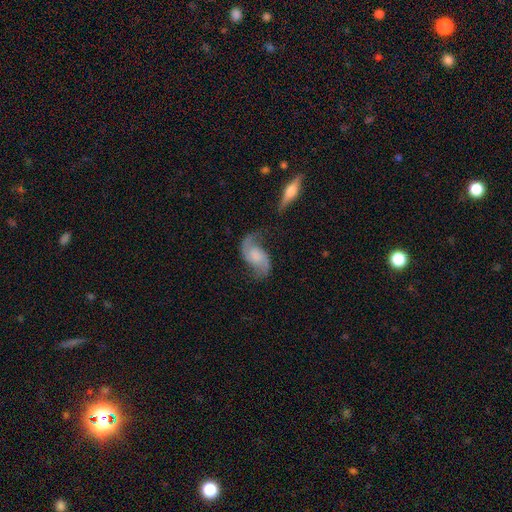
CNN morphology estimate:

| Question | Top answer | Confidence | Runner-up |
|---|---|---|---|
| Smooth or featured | featured or disk | 81% | smooth (13%) |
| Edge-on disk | no | 96% | yes (4%) |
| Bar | no | 58% | weak (35%) |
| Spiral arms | yes | 95% | no (5%) |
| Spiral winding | loose | 65% | medium (28%) |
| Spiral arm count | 2 | 92% | 1 (3%) |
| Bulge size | none | 35% | moderate (26%) |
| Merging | none | 61% | minor disturbance (21%) |